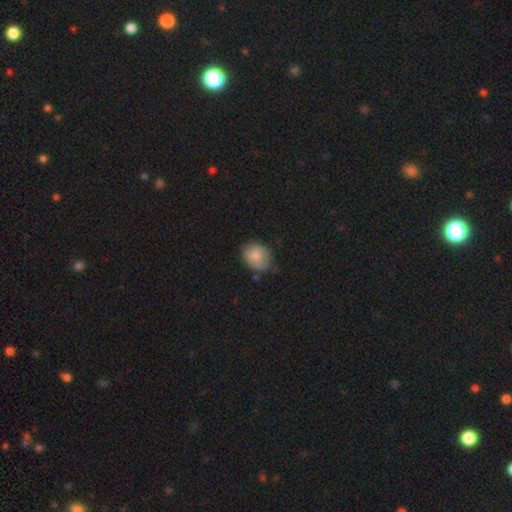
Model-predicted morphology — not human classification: Smooth or featured: smooth — 70% (featured or disk — 23%)
How rounded: round — 61% (in between — 38%)
Merging: none — 58% (minor disturbance — 31%)